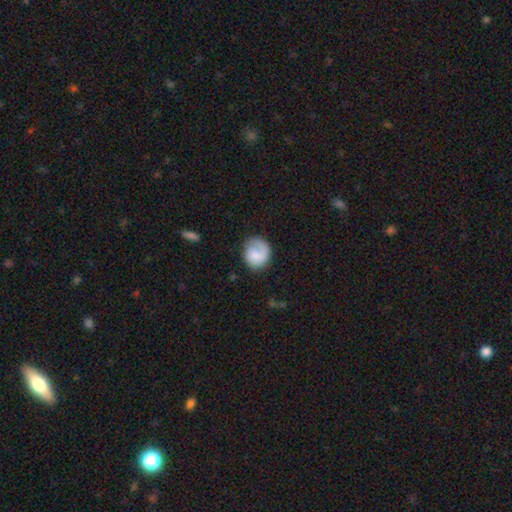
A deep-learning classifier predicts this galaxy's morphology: Overall: smooth (67%; featured or disk 27%). How rounded: round (75%). Merging: none (63%).